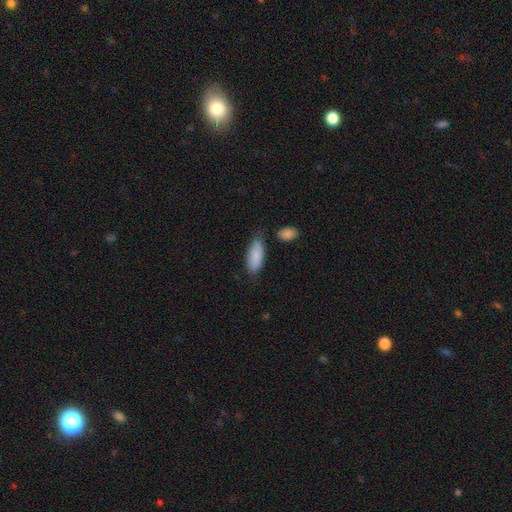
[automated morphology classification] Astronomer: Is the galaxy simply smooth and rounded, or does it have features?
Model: smooth — 87%.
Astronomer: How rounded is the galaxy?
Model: in between — 80%.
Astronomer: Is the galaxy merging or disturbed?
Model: none — 67%.